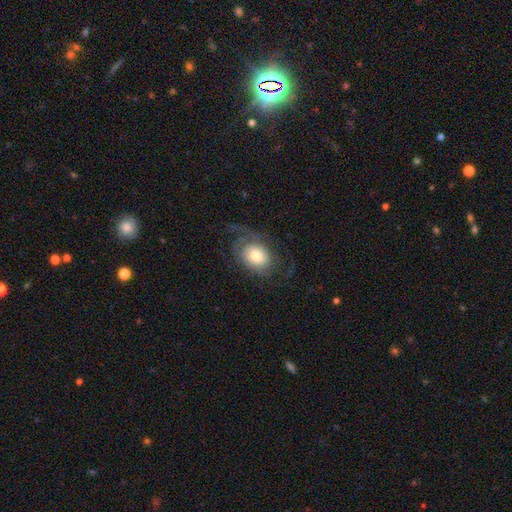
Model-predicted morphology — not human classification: Smooth or featured: featured or disk — 58% (smooth — 35%)
Edge-on disk: no — 96% (yes — 4%)
Bar: no — 79% (weak — 17%)
Spiral arms: yes — 82% (no — 18%)
Bulge size: moderate — 53% (large — 23%)
Merging: none — 58% (major disturbance — 23%)